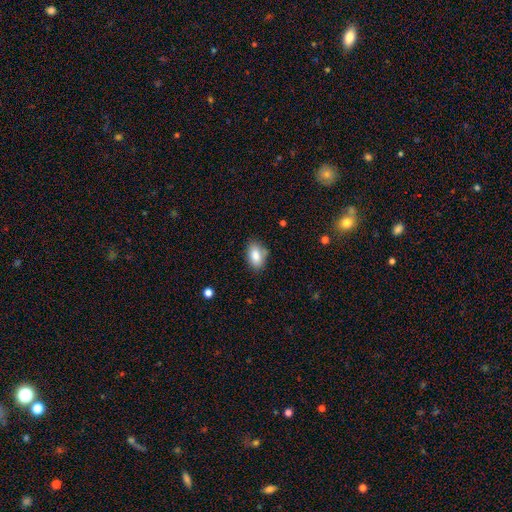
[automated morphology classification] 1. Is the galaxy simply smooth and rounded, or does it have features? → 85% smooth, 8% star or artifact, 7% featured or disk.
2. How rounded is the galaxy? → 90% in between, 9% round, 2% cigar-shaped.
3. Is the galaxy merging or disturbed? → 75% none, 18% minor disturbance, 4% merger, 4% major disturbance.